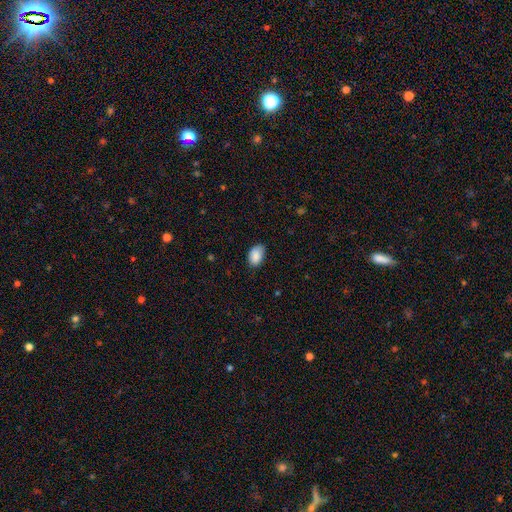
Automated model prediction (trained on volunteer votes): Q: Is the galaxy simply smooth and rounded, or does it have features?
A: smooth — 88%.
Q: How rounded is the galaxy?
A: in between — 89%.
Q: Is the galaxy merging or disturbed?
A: none — 74%.